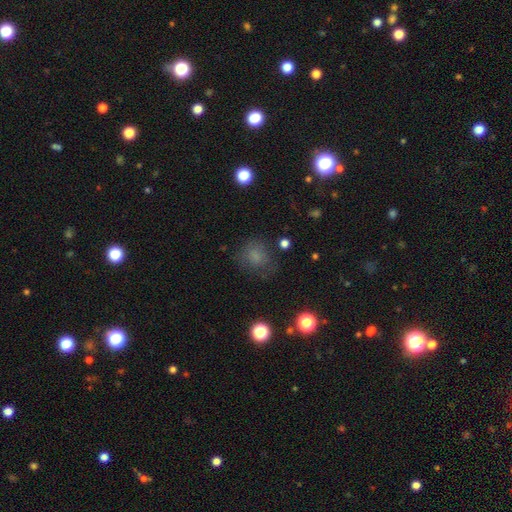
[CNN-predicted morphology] Smooth or featured: smooth — 72% (star or artifact — 16%)
How rounded: round — 71% (in between — 28%)
Merging: none — 65% (minor disturbance — 20%)